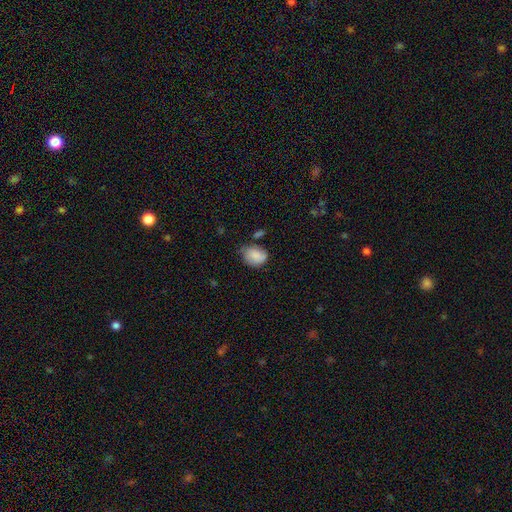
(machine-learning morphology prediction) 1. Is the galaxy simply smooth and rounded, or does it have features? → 77% smooth, 15% featured or disk, 8% star or artifact.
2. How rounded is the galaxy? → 53% in between, 47% round, 1% cigar-shaped.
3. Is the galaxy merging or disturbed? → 51% none, 33% minor disturbance, 10% major disturbance, 6% merger.